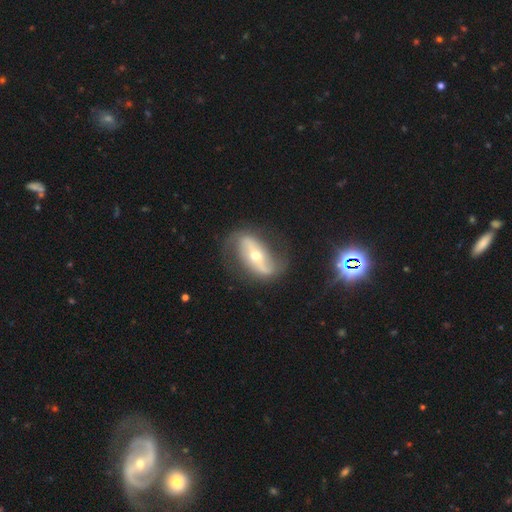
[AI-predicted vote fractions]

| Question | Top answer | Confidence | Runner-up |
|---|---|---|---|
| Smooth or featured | featured or disk | 83% | smooth (11%) |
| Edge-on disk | no | 91% | yes (9%) |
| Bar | strong | 53% | no (24%) |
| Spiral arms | yes | 88% | no (12%) |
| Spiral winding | loose | 65% | medium (26%) |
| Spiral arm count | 2 | 90% | can't tell (4%) |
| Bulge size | moderate | 58% | small (37%) |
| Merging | none | 74% | minor disturbance (16%) |